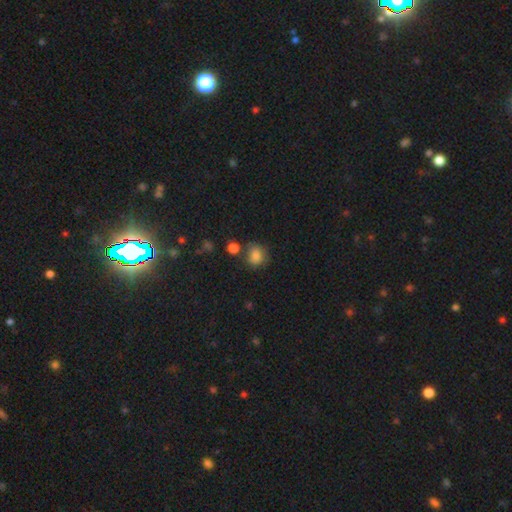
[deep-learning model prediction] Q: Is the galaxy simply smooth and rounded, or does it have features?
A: smooth — 82%.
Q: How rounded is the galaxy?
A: round — 64%.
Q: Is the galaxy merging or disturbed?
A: none — 64%.